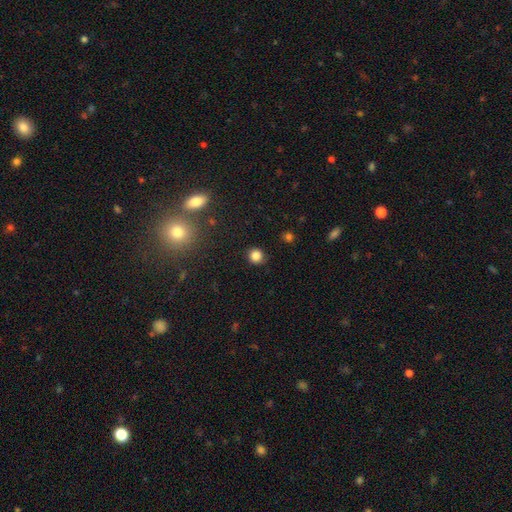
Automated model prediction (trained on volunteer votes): Q: Smooth or featured?
A: smooth (83%); runner-up: star or artifact (12%)
Q: How rounded?
A: round (90%); runner-up: in between (9%)
Q: Merging?
A: none (89%); runner-up: minor disturbance (7%)